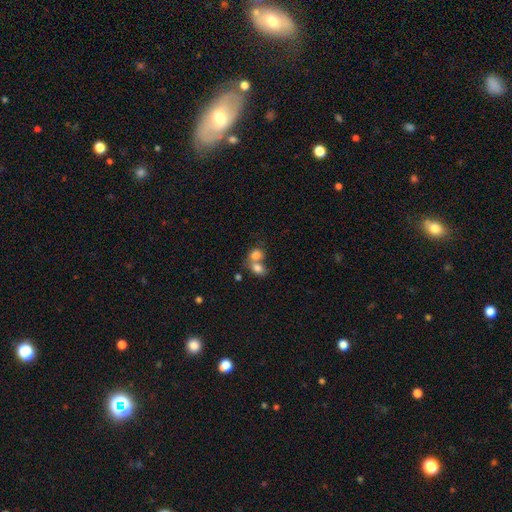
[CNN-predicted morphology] The model was most divided on "how rounded": in between: 50%, round: 48%, cigar-shaped: 1%. More confident: smooth or featured — smooth (79%); merging — merger (65%).